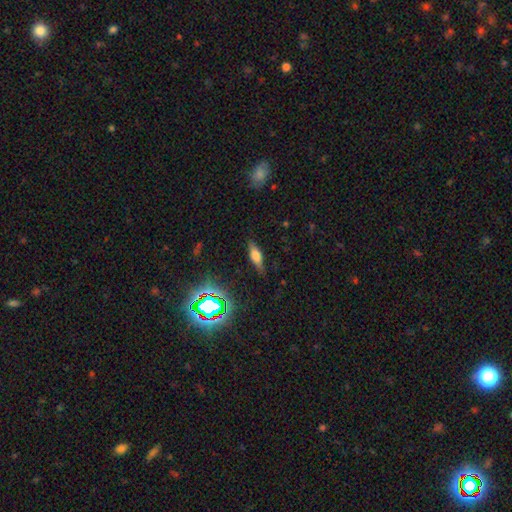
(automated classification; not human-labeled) smooth-or-featured: smooth: 49% | featured or disk: 36% | star or artifact: 15%
  merging: none: 82% | minor disturbance: 13% | major disturbance: 4% | merger: 1%